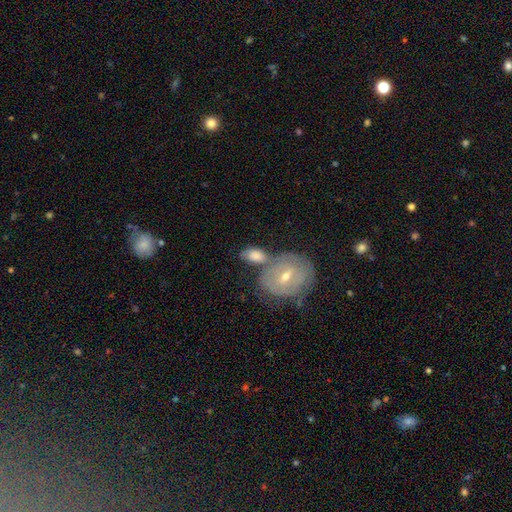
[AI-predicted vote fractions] Q: Smooth or featured?
A: smooth (65%); runner-up: featured or disk (29%)
Q: How rounded?
A: in between (80%); runner-up: round (17%)
Q: Merging?
A: merger (38%); tied with: none (38%)